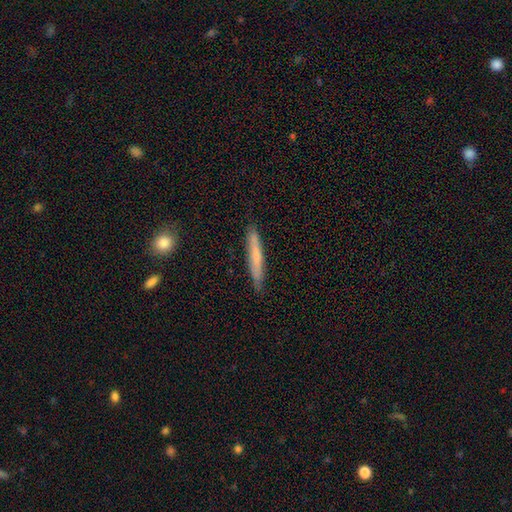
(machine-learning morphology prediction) Smooth or featured: smooth — 63% (featured or disk — 31%)
How rounded: cigar-shaped — 95% (in between — 4%)
Merging: none — 87% (minor disturbance — 10%)